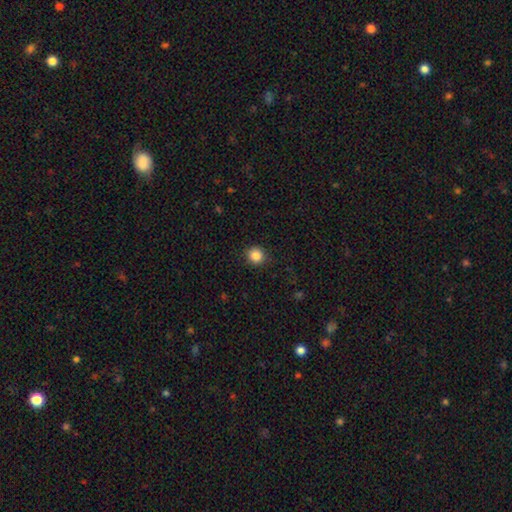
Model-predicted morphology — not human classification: The model was most divided on "smooth or featured": smooth: 85%, star or artifact: 10%, featured or disk: 4%. More confident: how rounded — round (91%); merging — none (90%).